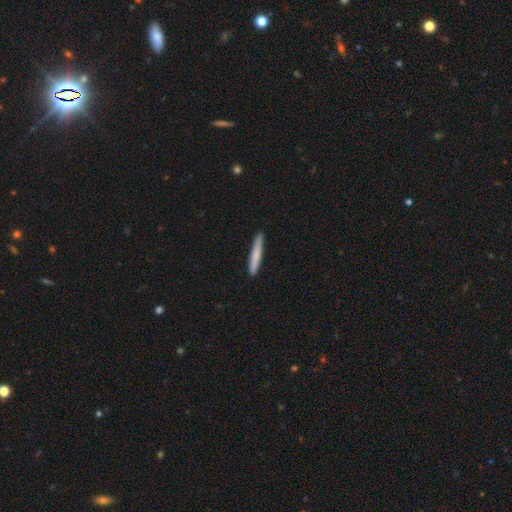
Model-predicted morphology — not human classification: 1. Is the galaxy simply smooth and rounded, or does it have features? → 74% smooth, 21% featured or disk, 5% star or artifact.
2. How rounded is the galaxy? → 96% cigar-shaped, 3% in between, 1% round.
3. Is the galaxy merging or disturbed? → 91% none, 6% minor disturbance, 1% major disturbance, 1% merger.